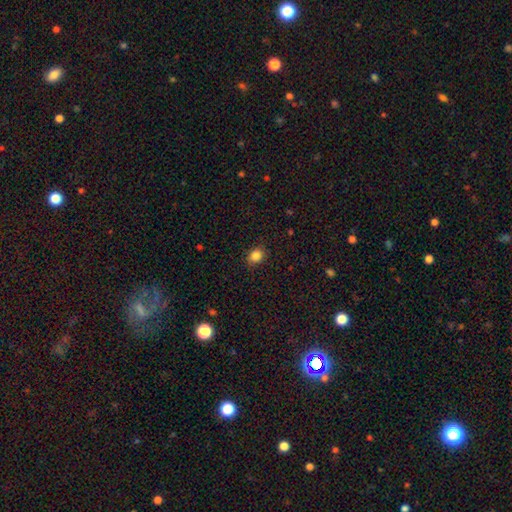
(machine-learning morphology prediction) Overall: smooth (86%). How rounded: round (56%; in between 43%). Merging: none (87%).